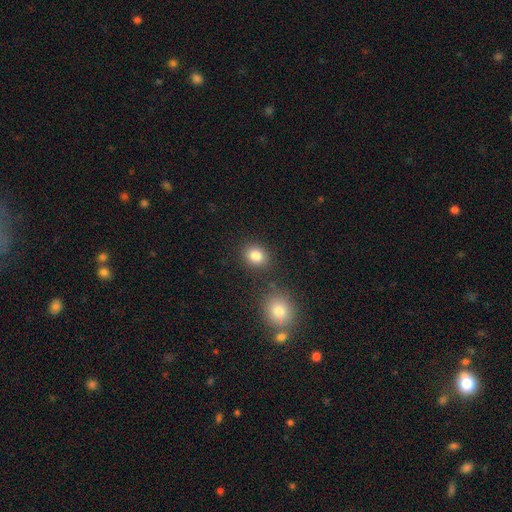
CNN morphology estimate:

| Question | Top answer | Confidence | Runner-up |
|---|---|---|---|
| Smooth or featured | smooth | 84% | star or artifact (10%) |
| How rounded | round | 56% | in between (43%) |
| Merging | none | 82% | minor disturbance (9%) |